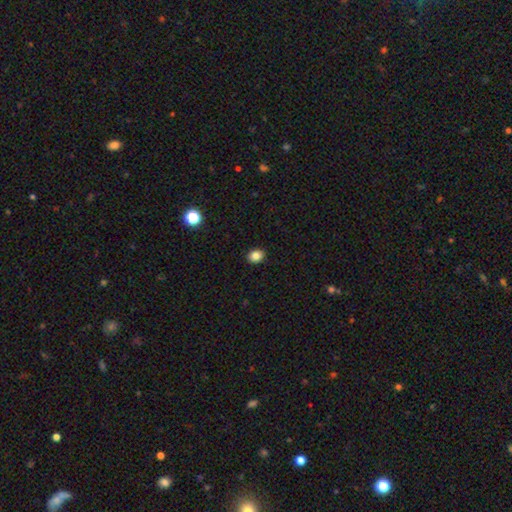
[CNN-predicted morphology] smooth 84%, star or artifact 11%, featured or disk 5%. Down the decision tree: how rounded — round (51%); merging — none (91%).